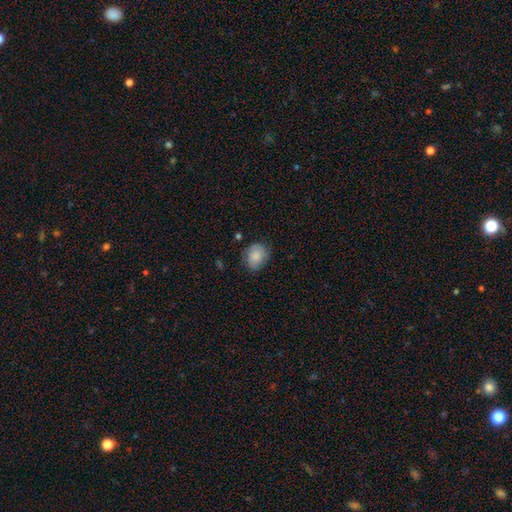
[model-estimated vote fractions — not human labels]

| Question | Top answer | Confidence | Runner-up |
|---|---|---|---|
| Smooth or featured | smooth | 82% | featured or disk (11%) |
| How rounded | round | 56% | in between (43%) |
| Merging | none | 74% | minor disturbance (20%) |